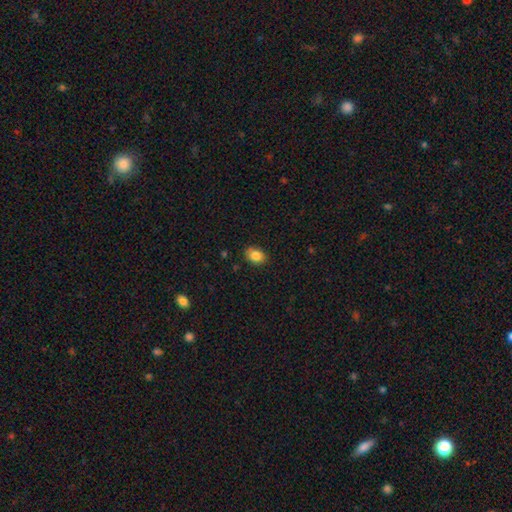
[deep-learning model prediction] Smooth or featured? smooth (85%)
How rounded? in between (69%)
Merging? none (83%)